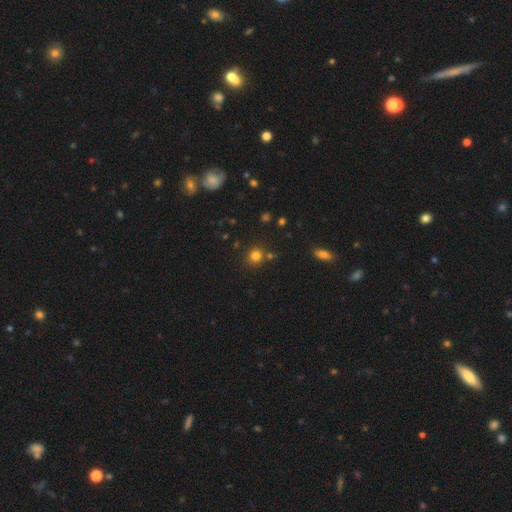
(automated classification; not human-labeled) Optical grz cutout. It shows a smooth galaxy with no disk features (79%) that is round (88%). Merging: none (78%).